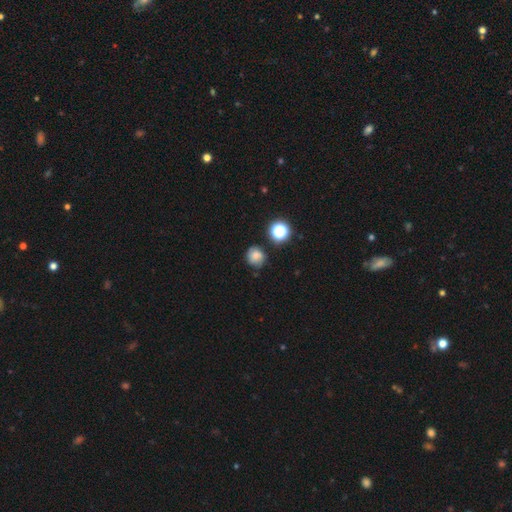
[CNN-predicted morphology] type=smooth (73%); roundness=round (84%); merging=none (72%).